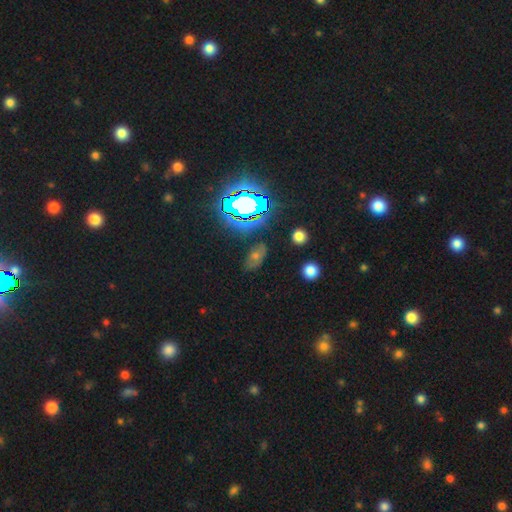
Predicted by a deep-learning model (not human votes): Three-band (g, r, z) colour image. It shows a smooth galaxy with no disk features (39%). Merging: none (76%).